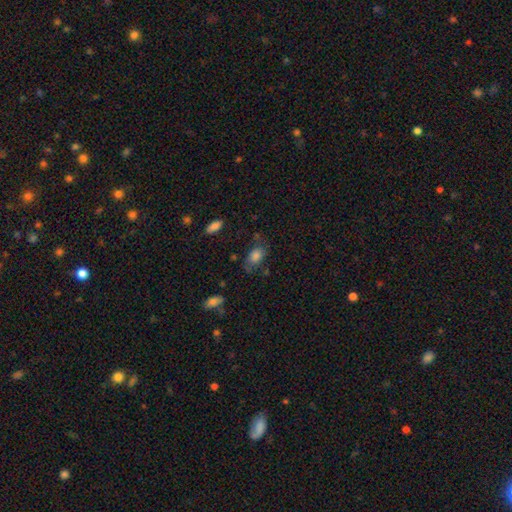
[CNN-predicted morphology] Smooth or featured? smooth (72%)
How rounded? in between (85%)
Merging? none (58%)